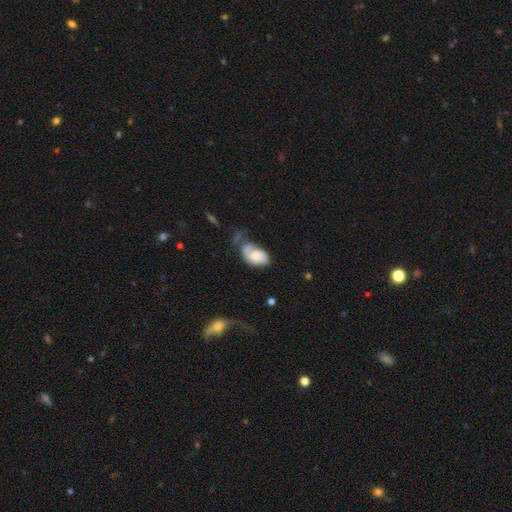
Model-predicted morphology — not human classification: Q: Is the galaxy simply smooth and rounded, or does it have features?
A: smooth — 55%.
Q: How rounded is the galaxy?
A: in between — 91%.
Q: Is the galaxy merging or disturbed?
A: none — 36%.